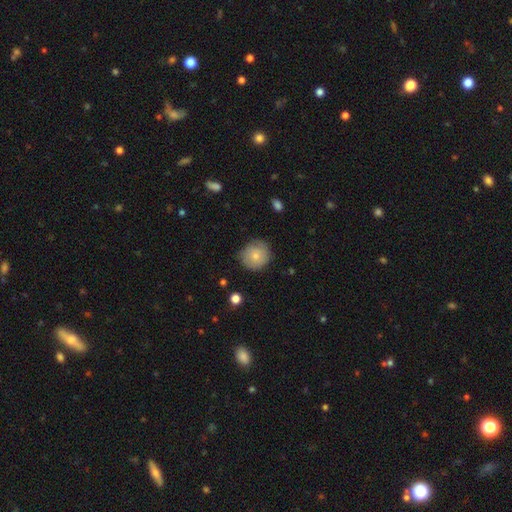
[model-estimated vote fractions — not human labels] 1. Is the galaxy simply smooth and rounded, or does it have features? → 72% smooth, 21% featured or disk, 7% star or artifact.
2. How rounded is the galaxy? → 87% round, 13% in between, 1% cigar-shaped.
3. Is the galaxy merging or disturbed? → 76% none, 19% minor disturbance, 4% major disturbance, 1% merger.